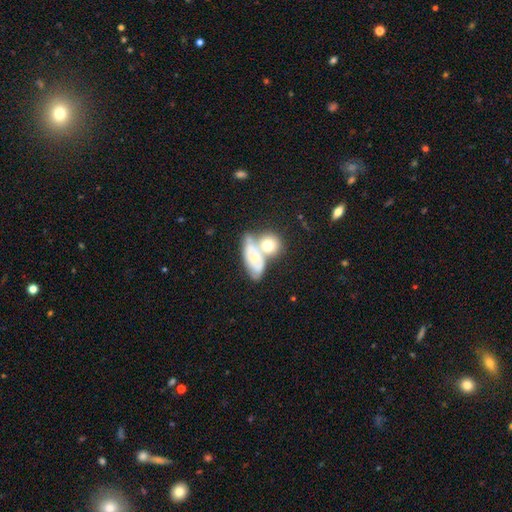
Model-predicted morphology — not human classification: Smooth or featured? featured or disk (50%)
Merging? merger (54%)